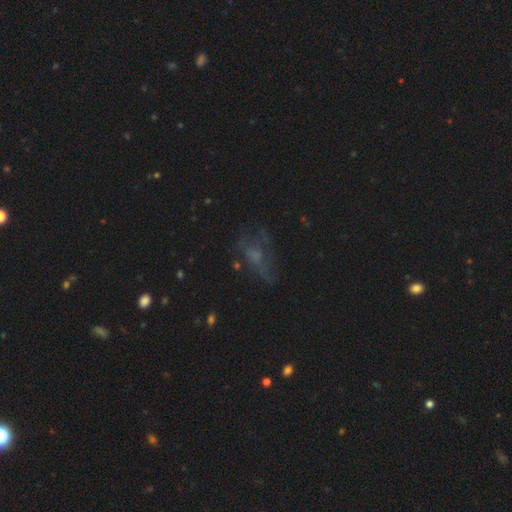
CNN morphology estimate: Smooth or featured? Predicted: featured or disk (p=0.38). Merging? Predicted: none (p=0.47).